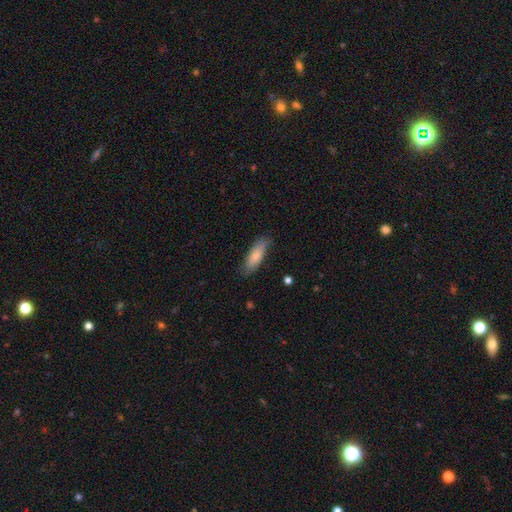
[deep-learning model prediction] Q: Smooth or featured?
A: smooth (80%); runner-up: featured or disk (15%)
Q: How rounded?
A: in between (58%); runner-up: cigar-shaped (40%)
Q: Merging?
A: none (77%); runner-up: minor disturbance (19%)